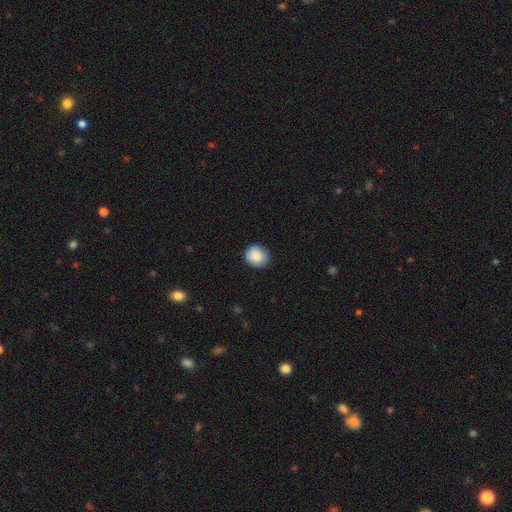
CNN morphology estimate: Overall: smooth (86%). How rounded: round (83%). Merging: none (86%).